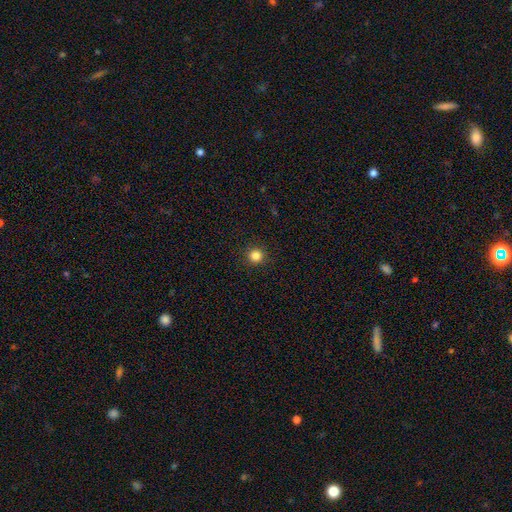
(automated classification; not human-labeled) Smooth or featured?
  - smooth: 84% *
  - star or artifact: 12%
  - featured or disk: 4%
How rounded?
  - round: 95% *
  - in between: 4%
  - cigar-shaped: 1%
Merging?
  - none: 92% *
  - minor disturbance: 5%
  - major disturbance: 2%
  - merger: 1%